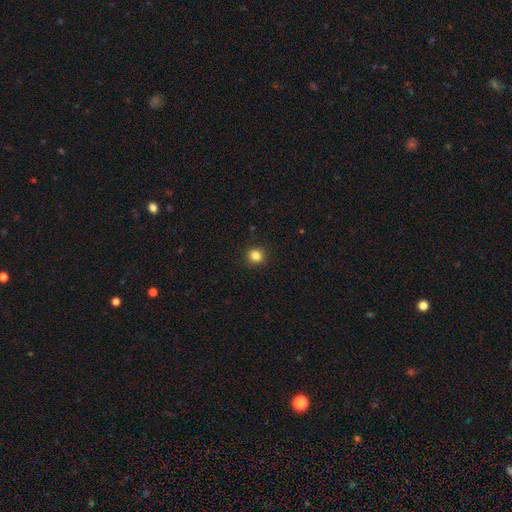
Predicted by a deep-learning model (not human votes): Morphology: type=smooth (84%); roundness=round (91%); merging=none (92%).